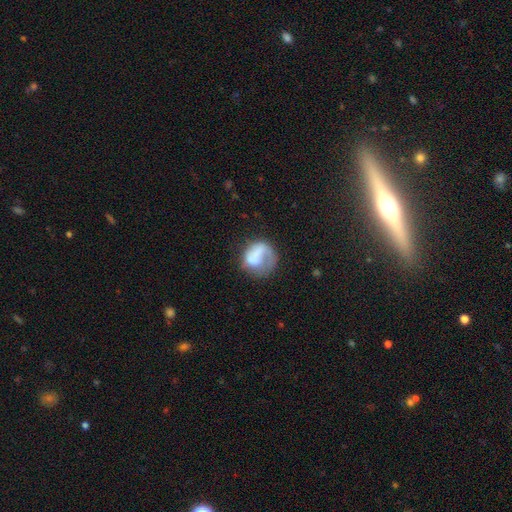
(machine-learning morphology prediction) A smooth galaxy with no disk features (52%) that is round (72%).

Vote fractions:
- Smooth or featured? smooth: 52% / featured or disk: 41% / star or artifact: 8%
- How rounded? round: 72% / in between: 27% / cigar-shaped: 1%
- Merging? none: 41% / major disturbance: 33% / minor disturbance: 22% / merger: 4%